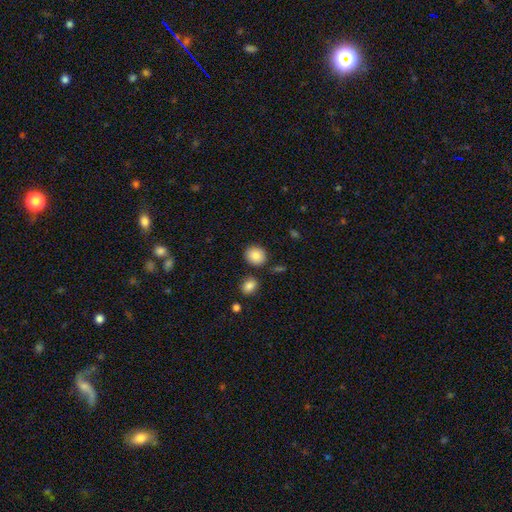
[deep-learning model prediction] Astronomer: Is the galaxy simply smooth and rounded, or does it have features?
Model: smooth — 86%.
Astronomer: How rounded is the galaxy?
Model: round — 68%.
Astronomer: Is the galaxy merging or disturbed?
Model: none — 82%.